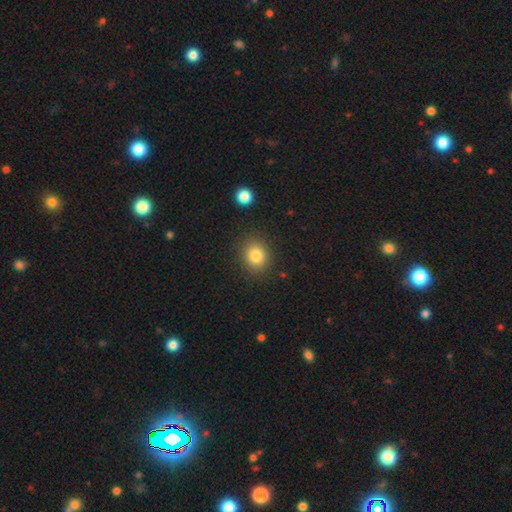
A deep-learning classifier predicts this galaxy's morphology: The model was most divided on "how rounded": round: 74%, in between: 26%, cigar-shaped: 1%. More confident: merging — none (87%); smooth or featured — smooth (82%).